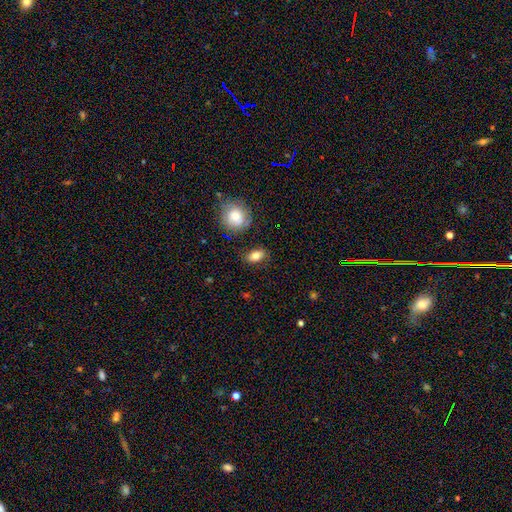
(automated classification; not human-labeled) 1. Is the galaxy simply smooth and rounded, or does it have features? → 81% smooth, 10% featured or disk, 9% star or artifact.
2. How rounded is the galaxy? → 84% in between, 12% round, 4% cigar-shaped.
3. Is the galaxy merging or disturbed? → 80% none, 13% minor disturbance, 3% major disturbance, 3% merger.